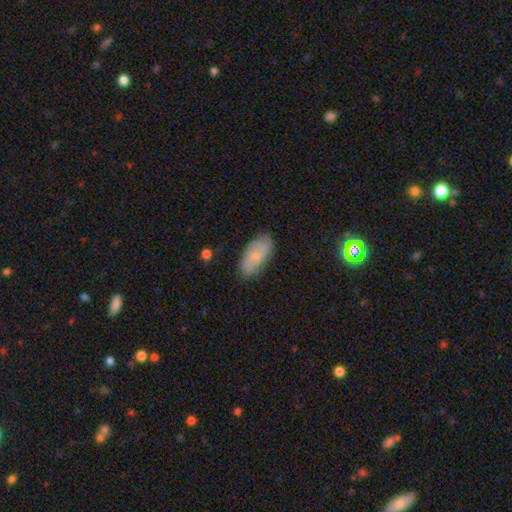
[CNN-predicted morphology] This appears to be a smooth galaxy with no disk features (66%) that is in between round and cigar-shaped (89%). Merging: none (78%).